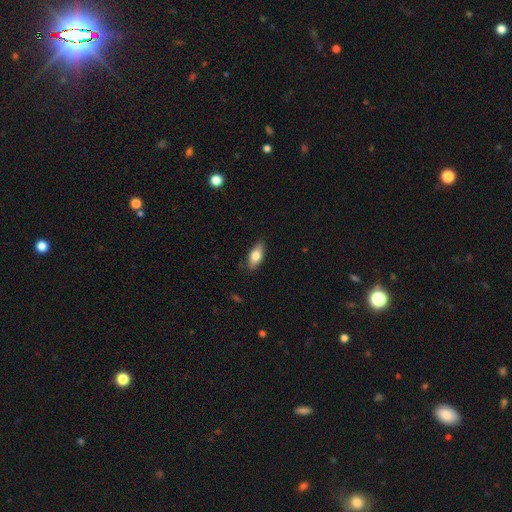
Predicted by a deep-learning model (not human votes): This appears to be a smooth galaxy with no disk features (74%) that is in between round and cigar-shaped (83%). Merging: none (85%).